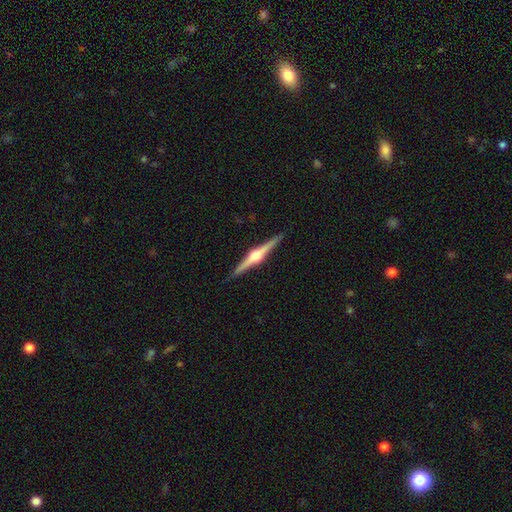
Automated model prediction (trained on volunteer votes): A featured or disk galaxy (86%) viewed edge-on (99%) with a rounded central bulge (95%).

Vote fractions:
- Smooth or featured? featured or disk: 86% / smooth: 9% / star or artifact: 5%
- Edge-on disk? yes: 99% / no: 1%
- Edge-on bulge? rounded: 95% / boxy: 3% / none: 2%
- Merging? none: 92% / minor disturbance: 6% / major disturbance: 1% / merger: 1%